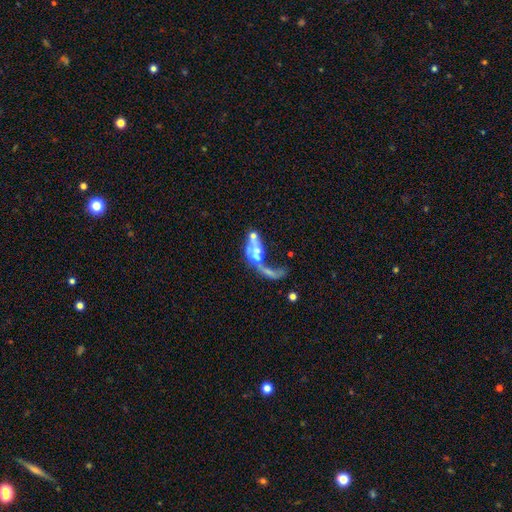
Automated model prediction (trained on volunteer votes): smooth_or_featured: featured or disk (p=0.57) [alt: smooth p=0.31]
disk_edge_on: no (p=0.91) [alt: yes p=0.09]
bar: no (p=0.78) [alt: weak p=0.15]
has_spiral_arms: no (p=0.74) [alt: yes p=0.26]
bulge_size: moderate (p=0.33) [alt: none p=0.28]
merging: merger (p=0.49) [alt: major disturbance p=0.32]